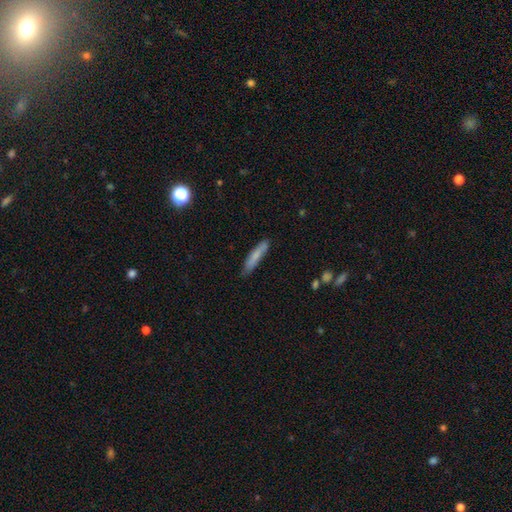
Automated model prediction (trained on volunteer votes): smooth 73%, featured or disk 20%, star or artifact 6%. Down the decision tree: how rounded — cigar-shaped (88%); merging — none (81%).